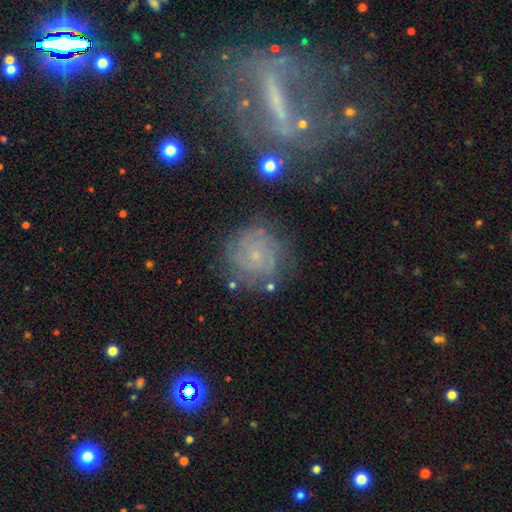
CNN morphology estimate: A featured or disk galaxy (66%) with no bar (77%), tight (70%) spiral arms (89%) and a small central bulge (81%). Merging: none (73%).